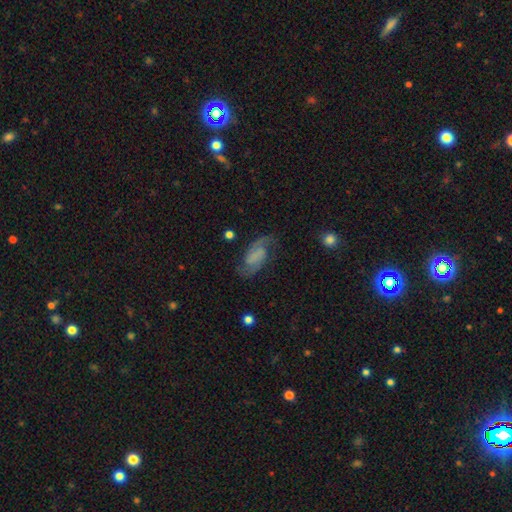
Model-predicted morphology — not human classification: type=featured or disk (81%); edge-on=no (97%); bar=weak (43%); spiral arms=yes (96%); winding=medium (51%); arm count=2 (92%); bulge=none (62%); merging=none (77%).